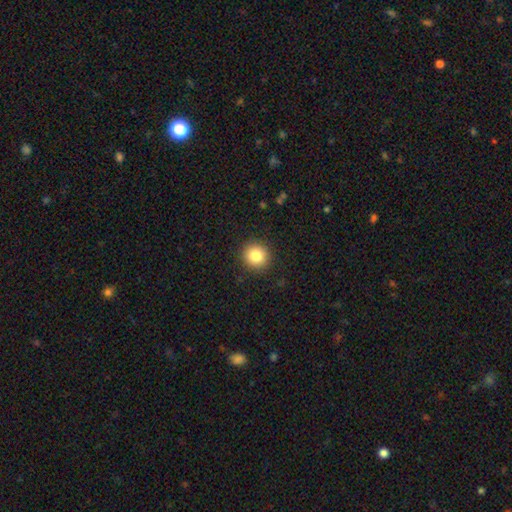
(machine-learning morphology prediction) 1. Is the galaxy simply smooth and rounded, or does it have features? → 84% smooth, 10% star or artifact, 6% featured or disk.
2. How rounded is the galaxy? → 92% round, 7% in between, 1% cigar-shaped.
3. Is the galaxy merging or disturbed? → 91% none, 6% minor disturbance, 2% major disturbance, 1% merger.